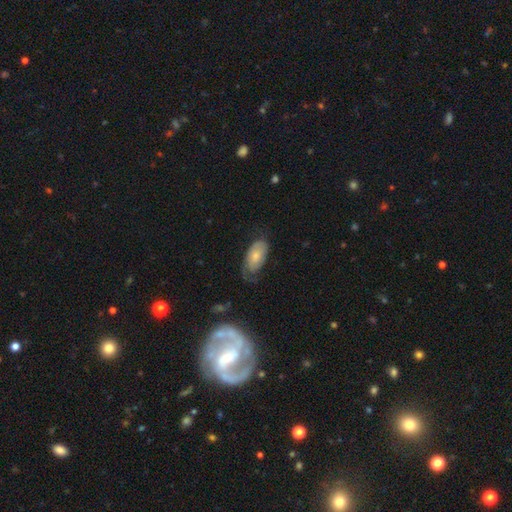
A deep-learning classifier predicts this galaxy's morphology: smooth_or_featured: smooth (p=0.54) [alt: featured or disk p=0.40]
how_rounded: in between (p=0.92) [alt: cigar-shaped p=0.04]
merging: none (p=0.47) [alt: minor disturbance p=0.31]